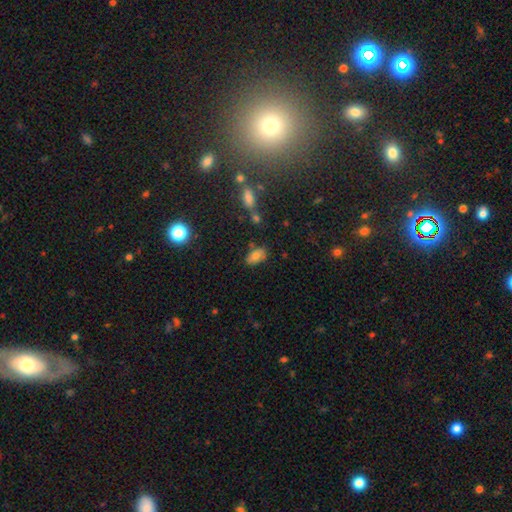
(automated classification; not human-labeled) Smooth or featured: smooth — 73% (featured or disk — 14%)
How rounded: in between — 91% (round — 7%)
Merging: none — 73% (minor disturbance — 17%)